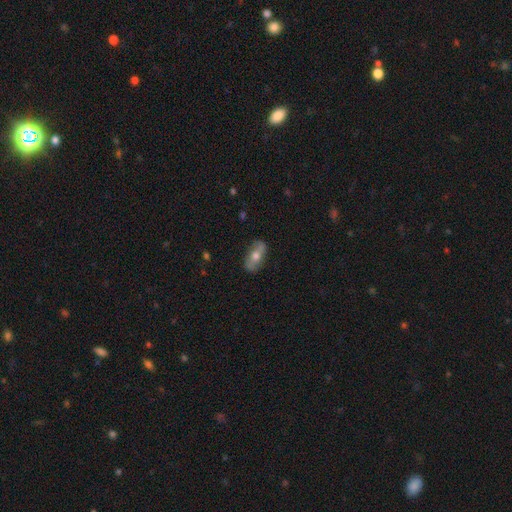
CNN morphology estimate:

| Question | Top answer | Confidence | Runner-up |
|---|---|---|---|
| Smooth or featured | featured or disk | 52% | smooth (42%) |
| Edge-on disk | no | 78% | yes (22%) |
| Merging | none | 80% | minor disturbance (14%) |